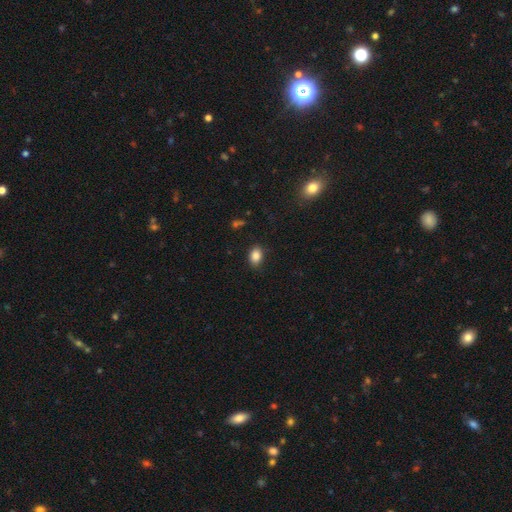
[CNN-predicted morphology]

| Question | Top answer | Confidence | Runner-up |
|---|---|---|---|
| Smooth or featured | smooth | 86% | star or artifact (9%) |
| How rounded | in between | 77% | round (21%) |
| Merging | none | 85% | minor disturbance (11%) |